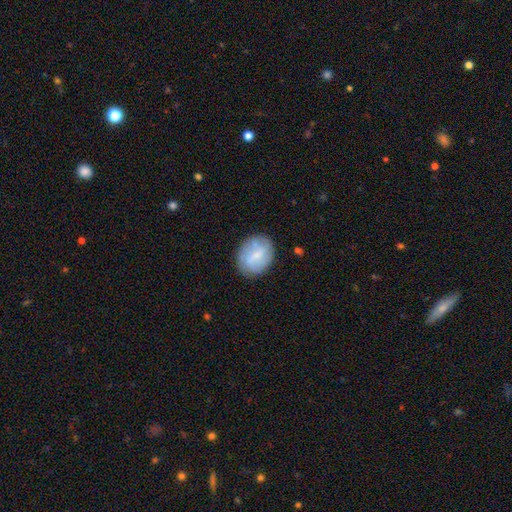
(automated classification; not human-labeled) Smooth or featured: smooth — 57% (featured or disk — 36%)
How rounded: in between — 51% (round — 48%)
Merging: none — 79% (minor disturbance — 15%)